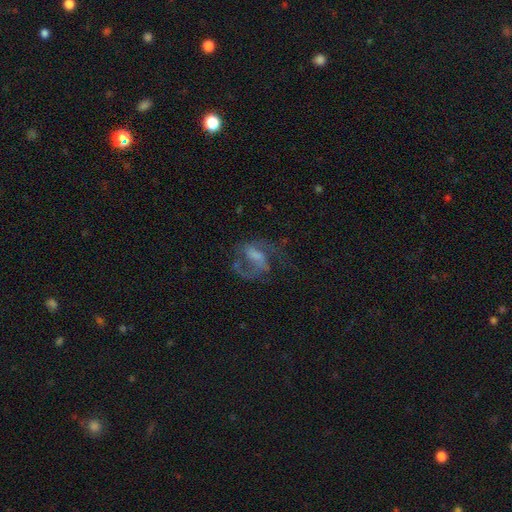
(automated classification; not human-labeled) Smooth or featured: featured or disk — 75% (smooth — 14%)
Edge-on disk: no — 97% (yes — 3%)
Bar: weak — 47% (no — 29%)
Spiral arms: yes — 87% (no — 13%)
Spiral winding: medium — 49% (loose — 37%)
Spiral arm count: 2 — 75% (1 — 11%)
Bulge size: none — 35% (small — 27%)
Merging: none — 52% (major disturbance — 28%)